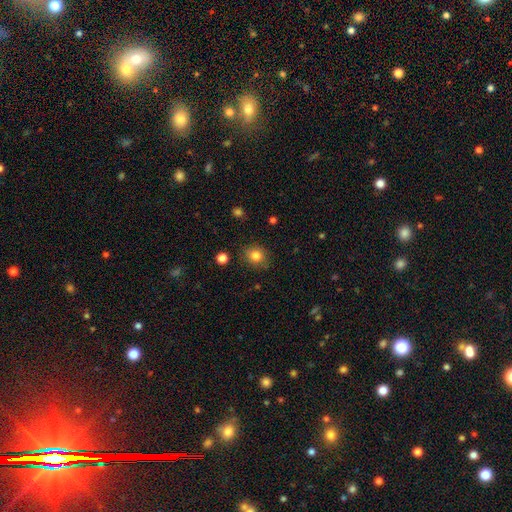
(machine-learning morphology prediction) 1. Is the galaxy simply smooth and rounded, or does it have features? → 82% smooth, 11% star or artifact, 7% featured or disk.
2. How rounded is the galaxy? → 76% round, 23% in between, 1% cigar-shaped.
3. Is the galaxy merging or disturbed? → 85% none, 11% minor disturbance, 3% major disturbance, 2% merger.